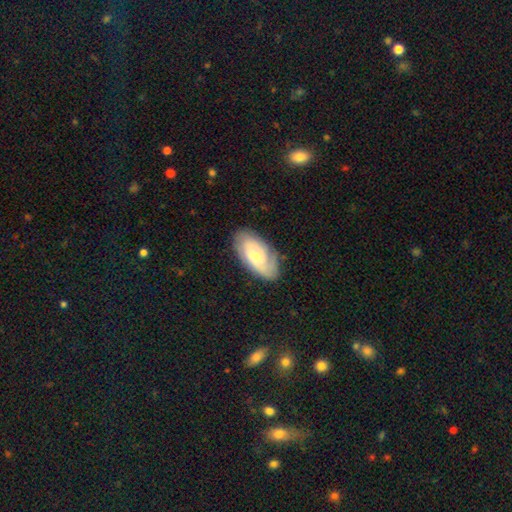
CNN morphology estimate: featured or disk 47%, smooth 46%, star or artifact 6%. Down the decision tree: merging — none (76%).